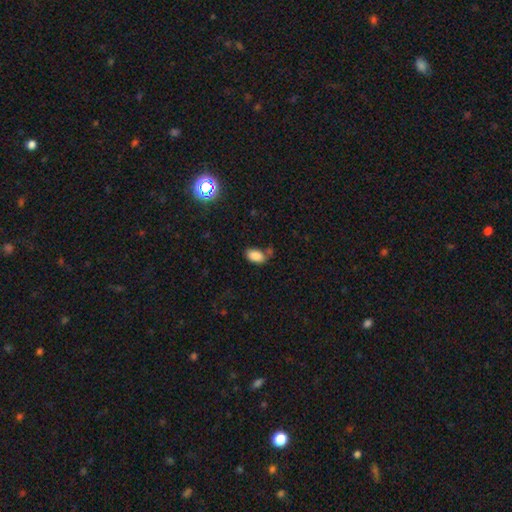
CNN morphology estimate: smooth 85%, star or artifact 11%, featured or disk 5%. Down the decision tree: how rounded — in between (92%); merging — none (63%).